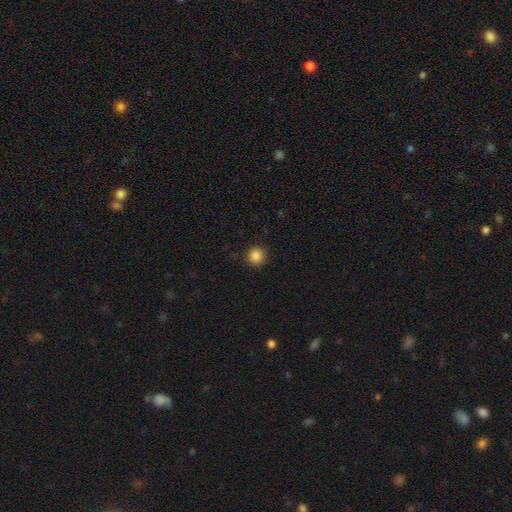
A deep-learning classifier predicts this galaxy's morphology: This is clearly a smooth galaxy (85%). How rounded: clearly round (94%). Merging: clearly none (91%).